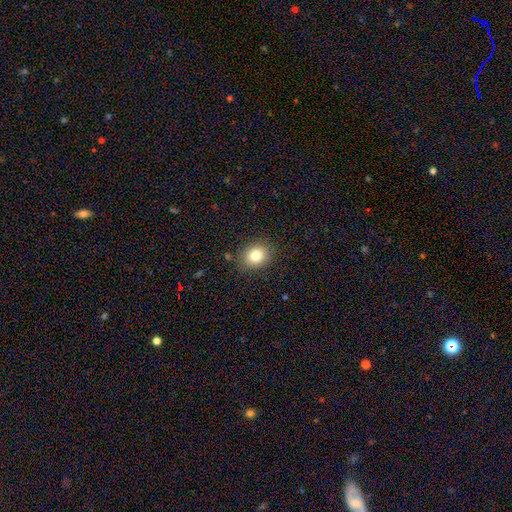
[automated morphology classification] This is clearly a smooth galaxy (81%). How rounded: likely round (63%). Merging: clearly none (87%).